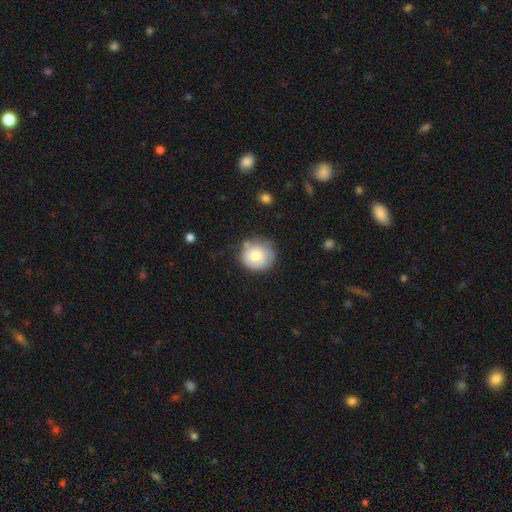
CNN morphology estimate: smooth_or_featured: smooth (p=0.73) [alt: featured or disk p=0.20]
how_rounded: round (p=0.89) [alt: in between p=0.10]
merging: none (p=0.68) [alt: minor disturbance p=0.22]